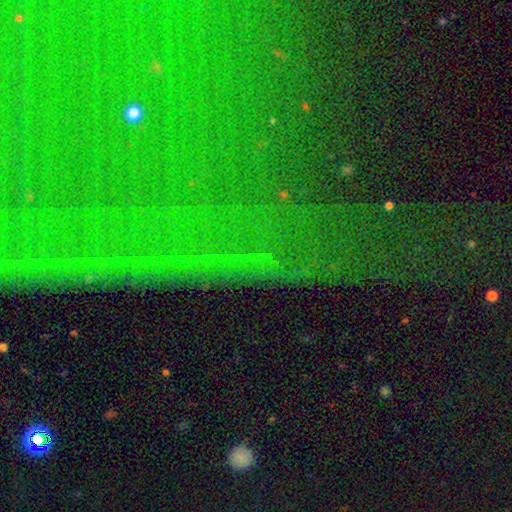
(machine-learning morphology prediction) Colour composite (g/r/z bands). It shows a star or artifact, not a galaxy (81%).